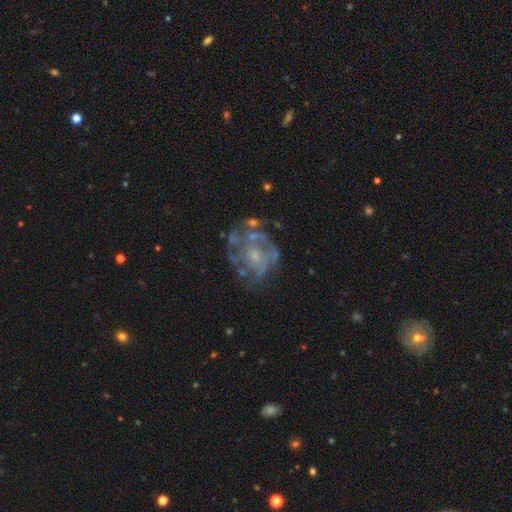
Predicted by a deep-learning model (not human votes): featured or disk 78%, smooth 13%, star or artifact 8%. Down the decision tree: edge-on disk — no (98%); bar — no (80%); spiral arms — yes (62%); bulge size — small (55%); merging — none (59%).